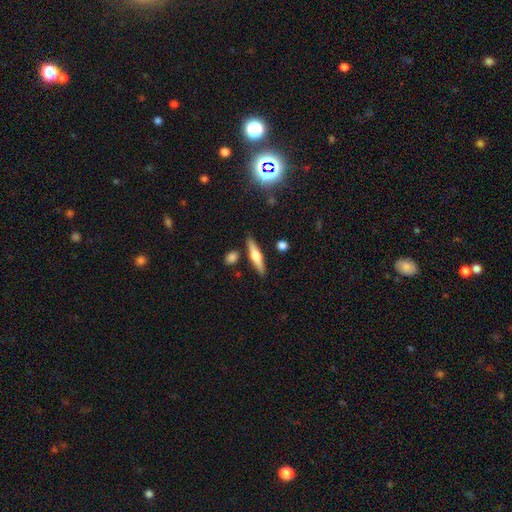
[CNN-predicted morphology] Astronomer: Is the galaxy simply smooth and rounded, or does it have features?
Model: featured or disk — 55% (runner-up: smooth, 39%).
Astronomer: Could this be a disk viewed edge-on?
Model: yes — 96%.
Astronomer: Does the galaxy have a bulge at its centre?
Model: rounded — 90%.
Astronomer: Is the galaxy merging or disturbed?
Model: none — 84%.